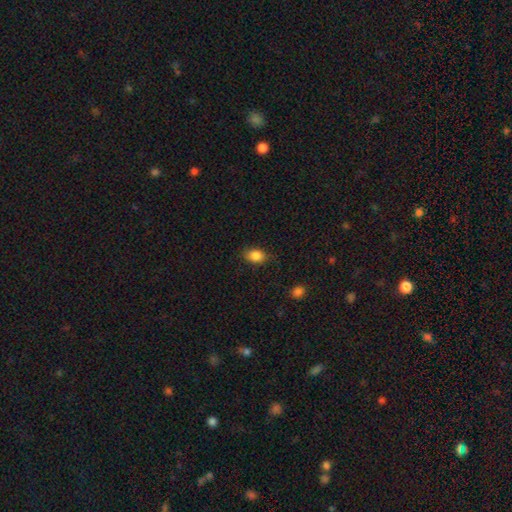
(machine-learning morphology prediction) A smooth galaxy with no disk features (86%) that is in between round and cigar-shaped (78%).

Vote fractions:
- Smooth or featured? smooth: 86% / star or artifact: 9% / featured or disk: 5%
- How rounded? in between: 78% / round: 21% / cigar-shaped: 1%
- Merging? none: 82% / minor disturbance: 14% / major disturbance: 3% / merger: 1%